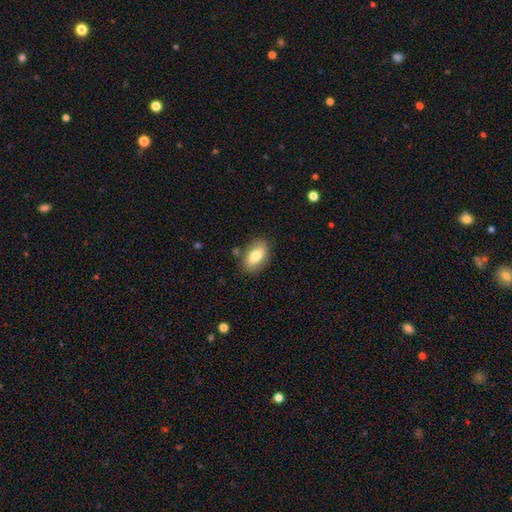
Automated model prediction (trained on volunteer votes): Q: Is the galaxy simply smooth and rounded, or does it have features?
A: smooth — 74%.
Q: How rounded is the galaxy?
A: in between — 89%.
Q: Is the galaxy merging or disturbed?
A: none — 82%.